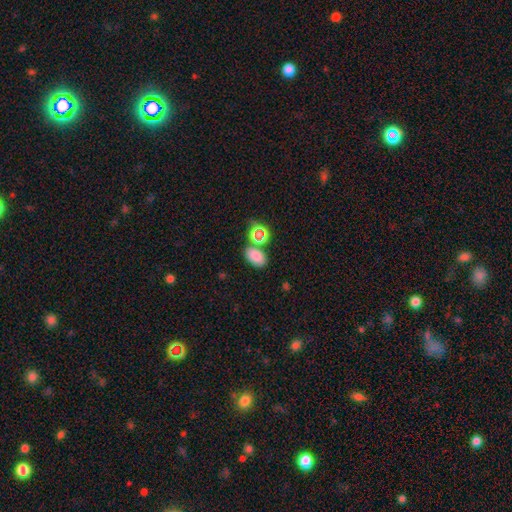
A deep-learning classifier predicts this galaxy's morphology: smooth 76%, star or artifact 17%, featured or disk 6%. Down the decision tree: how rounded — in between (85%); merging — none (73%).